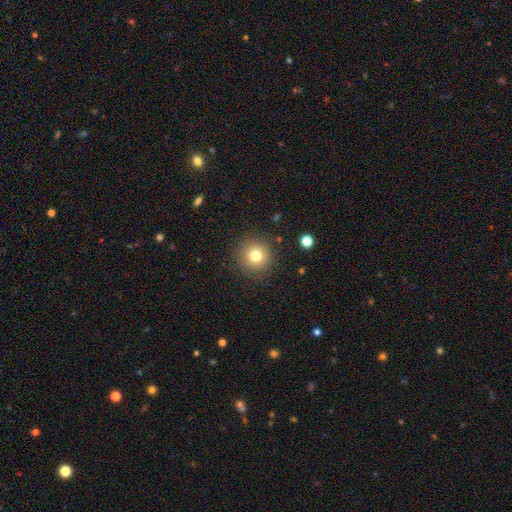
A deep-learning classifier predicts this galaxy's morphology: Q: Smooth or featured?
A: smooth (78%); runner-up: star or artifact (12%)
Q: How rounded?
A: round (94%); runner-up: in between (5%)
Q: Merging?
A: none (88%); runner-up: minor disturbance (7%)